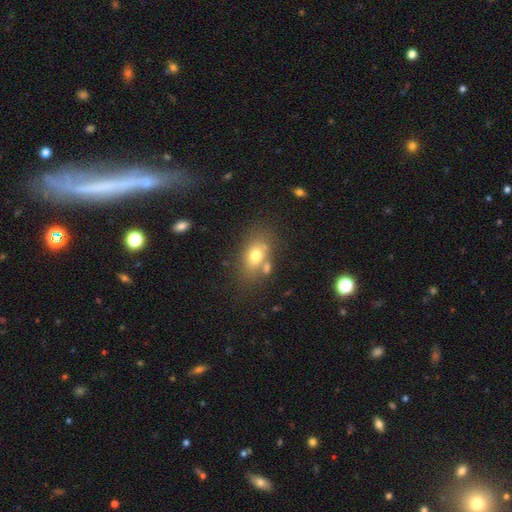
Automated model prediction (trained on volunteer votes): smooth_or_featured: smooth (p=0.71) [alt: featured or disk p=0.17]
how_rounded: in between (p=0.78) [alt: round p=0.20]
merging: none (p=0.64) [alt: merger p=0.15]